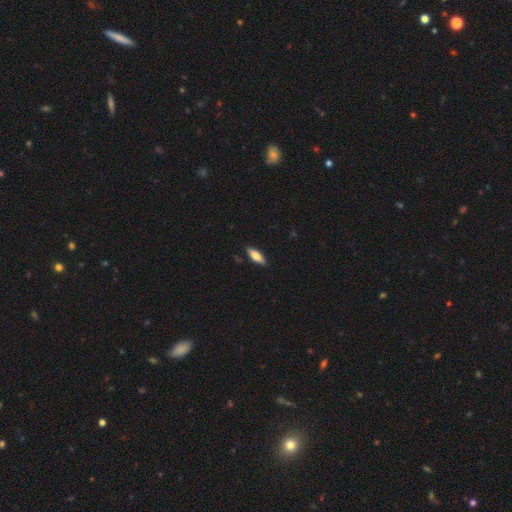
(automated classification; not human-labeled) This appears to be a smooth galaxy with no disk features (70%) that is in between round and cigar-shaped (62%). Merging: none (87%).